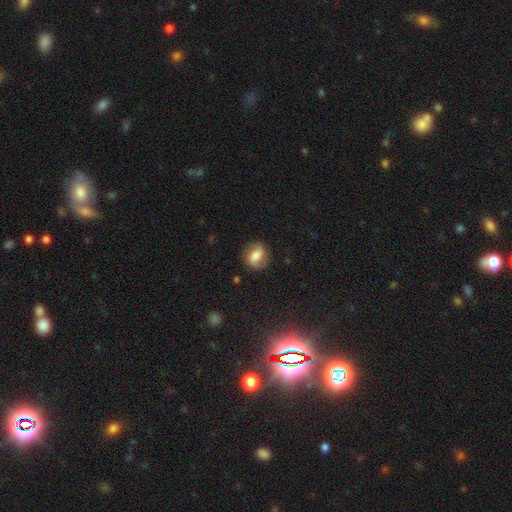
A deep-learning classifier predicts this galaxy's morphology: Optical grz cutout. It shows a smooth galaxy with no disk features (52%) that is round (53%). Merging: none (80%).